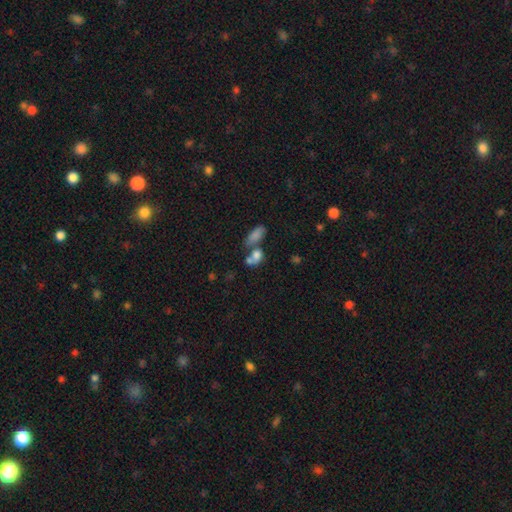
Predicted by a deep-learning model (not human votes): This is likely a smooth galaxy (73%). How rounded: likely in between (65%). Merging: possibly merger (52%).